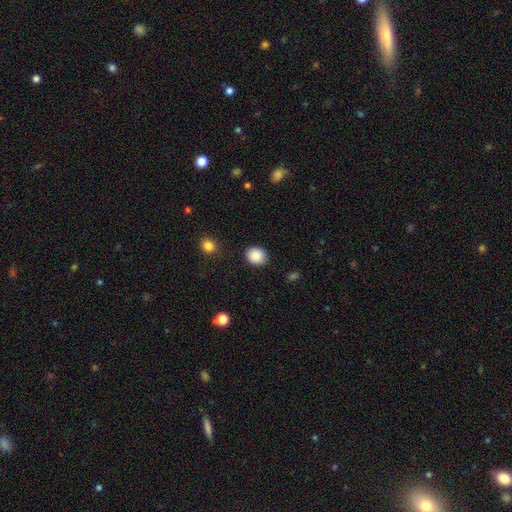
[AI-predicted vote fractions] This appears to be a smooth galaxy with no disk features (88%) that is round (65%). Merging: none (86%).